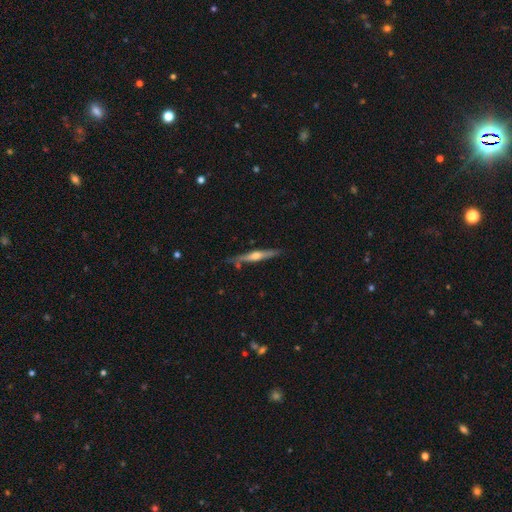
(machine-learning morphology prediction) smooth_or_featured: featured or disk (p=0.64) [alt: smooth p=0.31]
disk_edge_on: yes (p=0.96) [alt: no p=0.04]
edge_on_bulge: rounded (p=0.85) [alt: none p=0.09]
merging: none (p=0.79) [alt: minor disturbance p=0.15]